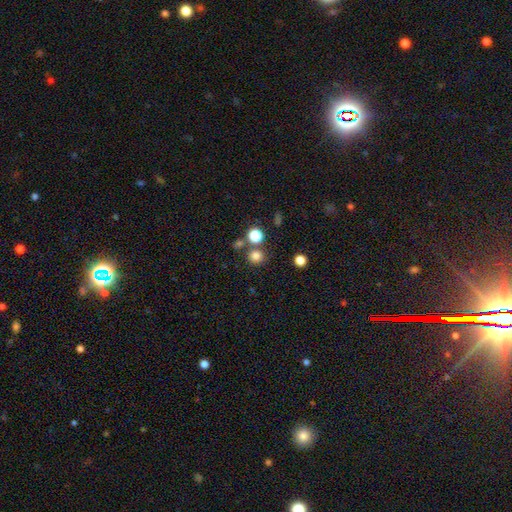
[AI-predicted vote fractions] Smooth or featured: smooth — 79% (star or artifact — 16%)
How rounded: round — 89% (in between — 10%)
Merging: none — 76% (merger — 13%)